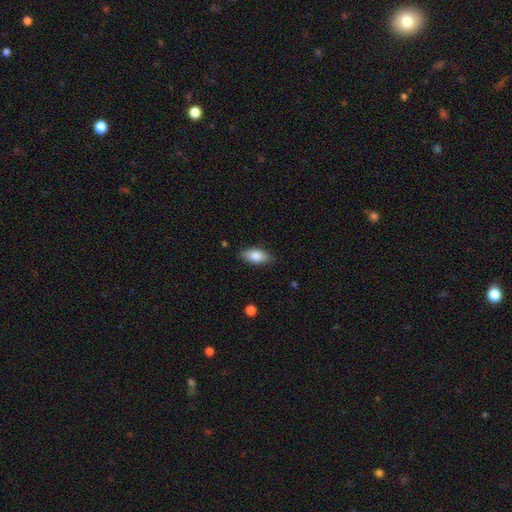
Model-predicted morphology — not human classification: Overall: smooth (82%). How rounded: in between (90%). Merging: none (83%).